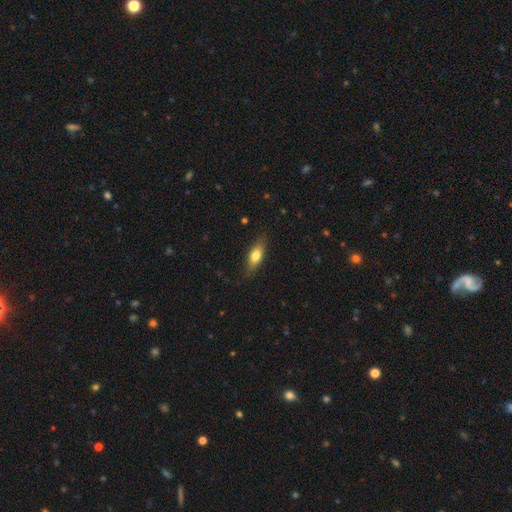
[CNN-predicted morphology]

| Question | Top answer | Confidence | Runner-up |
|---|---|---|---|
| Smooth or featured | smooth | 68% | featured or disk (25%) |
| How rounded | in between | 64% | cigar-shaped (32%) |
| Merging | none | 82% | minor disturbance (14%) |